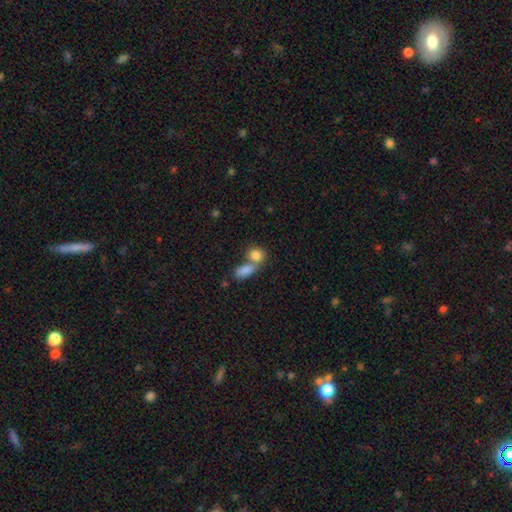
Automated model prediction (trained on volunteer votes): smooth-or-featured: smooth: 83% | star or artifact: 8% | featured or disk: 8%
  how-rounded: round: 49% | in between: 48% | cigar-shaped: 3%
  merging: merger: 55% | none: 35% | minor disturbance: 7% | major disturbance: 3%